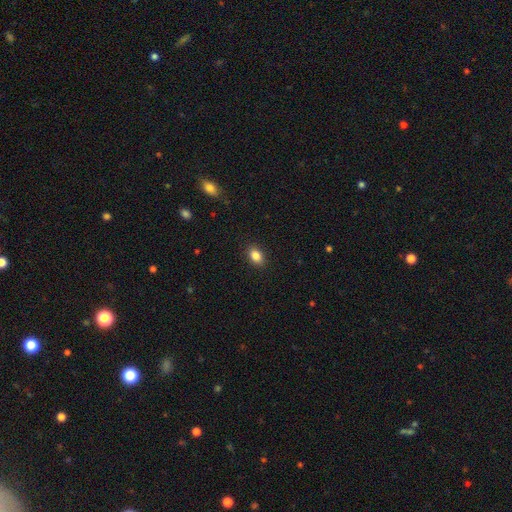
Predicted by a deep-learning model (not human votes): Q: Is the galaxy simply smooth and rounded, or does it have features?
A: smooth — 86%.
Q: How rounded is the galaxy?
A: in between — 81%.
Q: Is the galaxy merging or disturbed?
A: none — 89%.